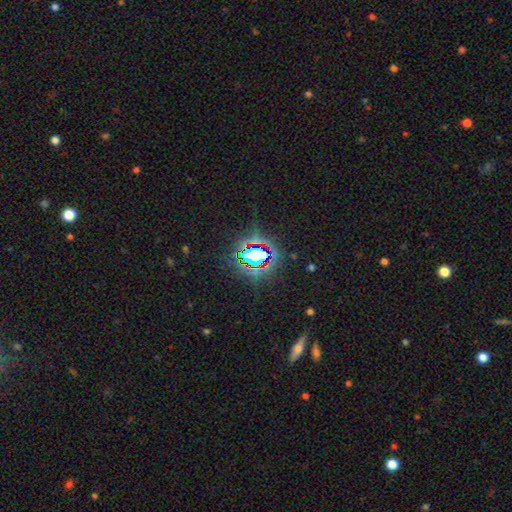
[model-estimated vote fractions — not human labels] smooth-or-featured: star or artifact: 74% | smooth: 15% | featured or disk: 11%